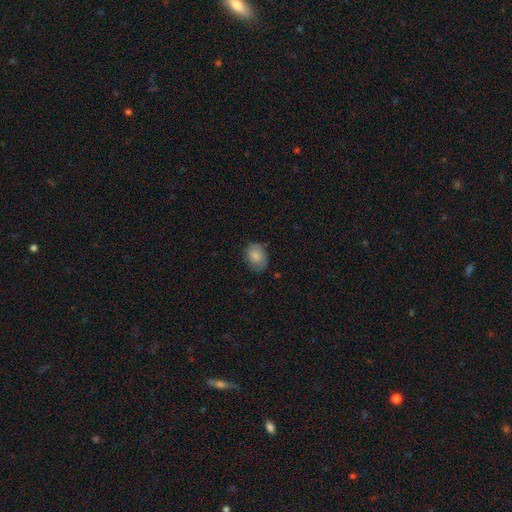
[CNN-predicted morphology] Q: Smooth or featured?
A: smooth (82%); runner-up: featured or disk (11%)
Q: How rounded?
A: in between (65%); runner-up: round (34%)
Q: Merging?
A: none (75%); runner-up: minor disturbance (19%)